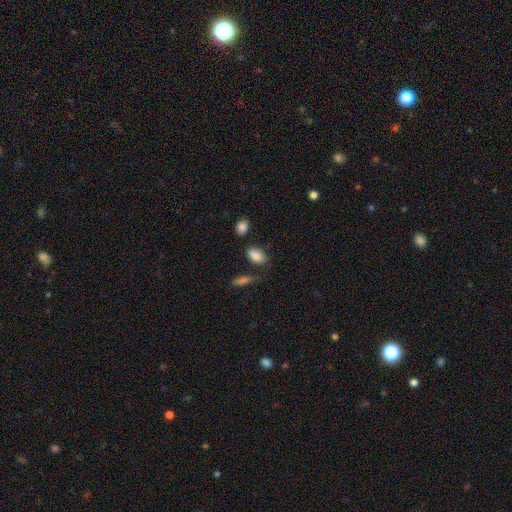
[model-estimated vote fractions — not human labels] smooth_or_featured: smooth (p=0.87) [alt: star or artifact p=0.08]
how_rounded: in between (p=0.90) [alt: round p=0.07]
merging: none (p=0.70) [alt: minor disturbance p=0.17]